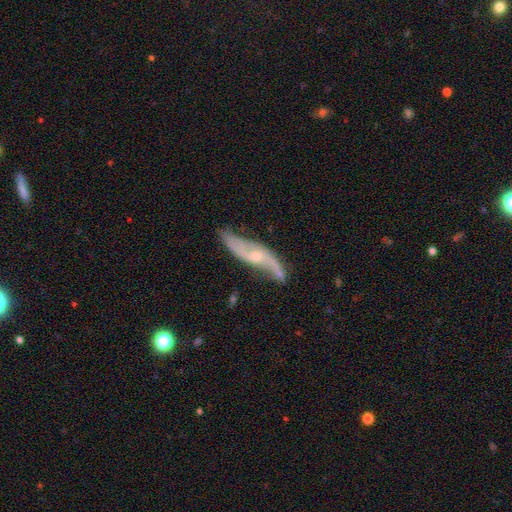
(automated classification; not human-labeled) A featured or disk galaxy (82%) with no bar (57%), 2 (89%) loose (75%) spiral arms (93%) and a small central bulge (59%).

Vote fractions:
- Smooth or featured? featured or disk: 82% / smooth: 12% / star or artifact: 6%
- Edge-on disk? no: 78% / yes: 22%
- Bar? no: 57% / weak: 33% / strong: 10%
- Spiral arms? yes: 93% / no: 7%
- Spiral winding? loose: 75% / medium: 18% / tight: 7%
- Spiral arm count? 2: 89% / can't tell: 5% / 1: 2% / 3: 2% / 4: 1% / more than 4: 1%
- Bulge size? small: 59% / moderate: 35% / none: 3% / large: 1% / dominant: 1%
- Merging? none: 65% / minor disturbance: 23% / major disturbance: 8% / merger: 3%